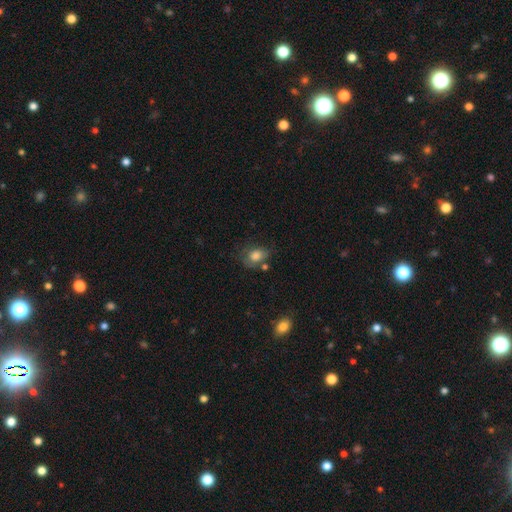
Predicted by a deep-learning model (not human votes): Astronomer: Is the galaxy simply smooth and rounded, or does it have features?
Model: smooth — 77%.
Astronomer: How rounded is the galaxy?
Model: in between — 67%.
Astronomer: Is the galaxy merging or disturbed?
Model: none — 51% (runner-up: minor disturbance, 26%).